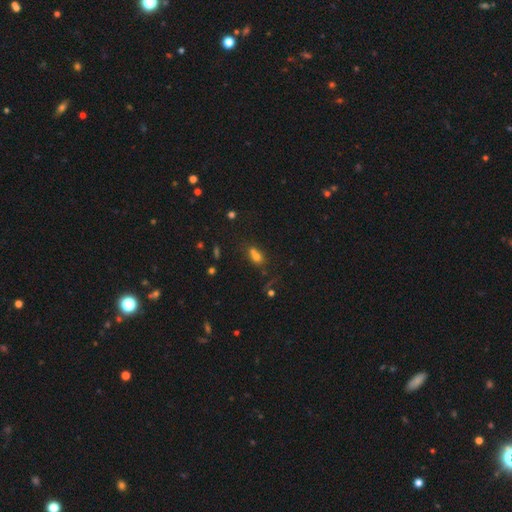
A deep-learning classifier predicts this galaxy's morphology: Overall: smooth (61%; star or artifact 23%). How rounded: round (48%; in between 47%). Merging: merger (51%; none 33%).